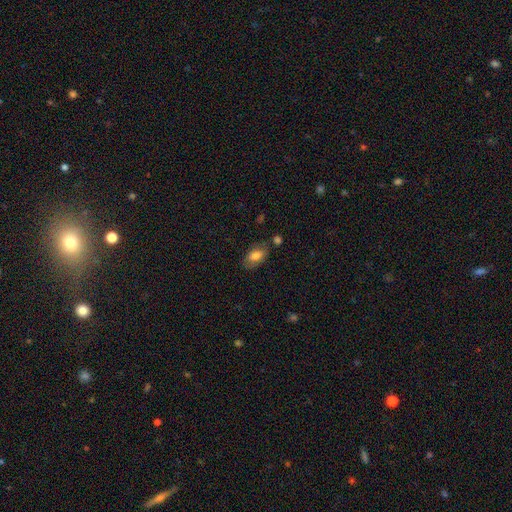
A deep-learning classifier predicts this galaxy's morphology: type=smooth (72%); roundness=in between (92%); merging=none (71%).